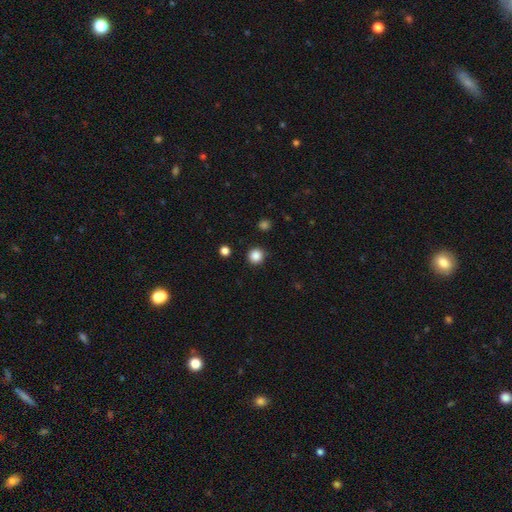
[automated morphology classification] A smooth galaxy with no disk features (87%) that is round (94%).

Vote fractions:
- Smooth or featured? smooth: 87% / star or artifact: 11% / featured or disk: 3%
- How rounded? round: 94% / in between: 5% / cigar-shaped: 1%
- Merging? none: 91% / minor disturbance: 5% / major disturbance: 2% / merger: 1%